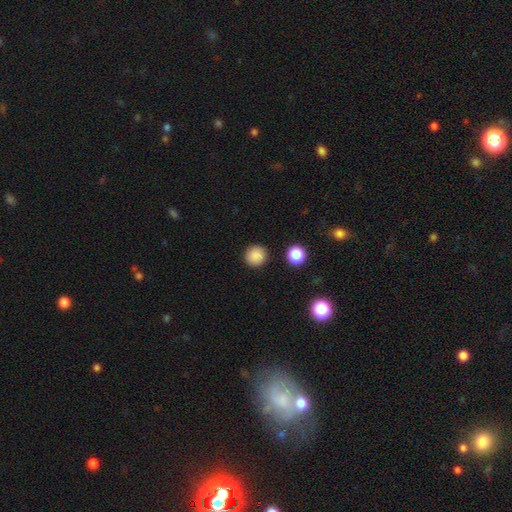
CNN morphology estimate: smooth_or_featured: smooth (p=0.86) [alt: star or artifact p=0.10]
how_rounded: round (p=0.93) [alt: in between p=0.06]
merging: none (p=0.91) [alt: minor disturbance p=0.06]